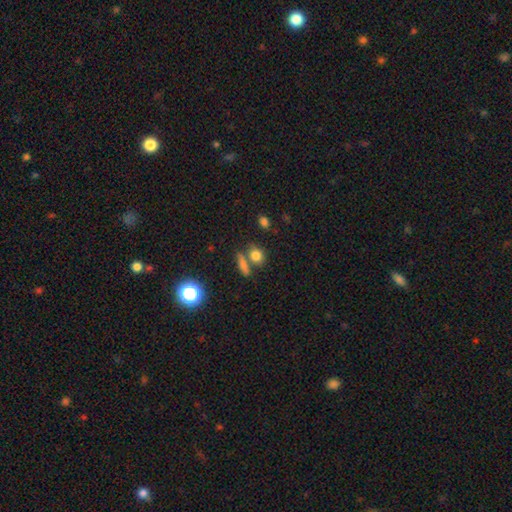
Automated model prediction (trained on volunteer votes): smooth_or_featured: smooth (p=0.78) [alt: star or artifact p=0.13]
how_rounded: round (p=0.55) [alt: in between p=0.38]
merging: none (p=0.60) [alt: merger p=0.24]